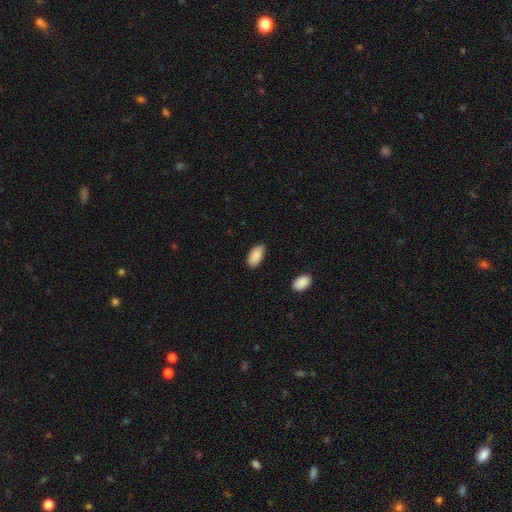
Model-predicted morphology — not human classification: Smooth or featured? smooth (89%)
How rounded? in between (94%)
Merging? none (81%)